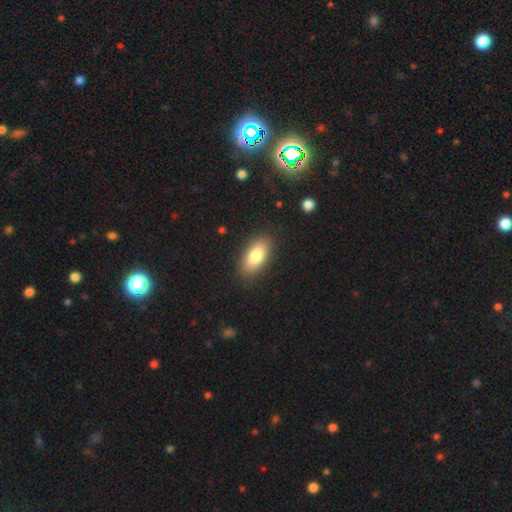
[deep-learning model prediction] smooth 81%, featured or disk 12%, star or artifact 7%. Down the decision tree: how rounded — in between (89%); merging — none (87%).